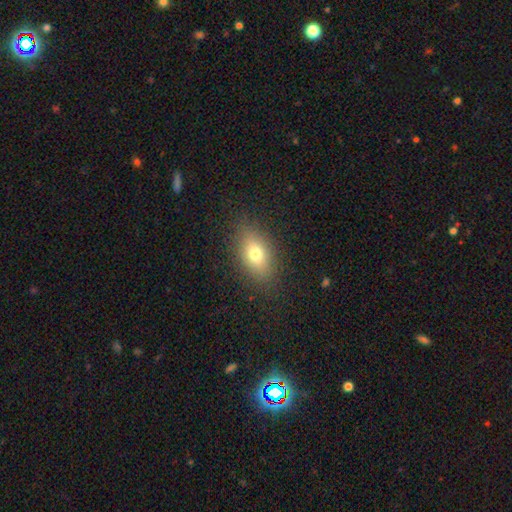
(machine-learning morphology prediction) This appears to be a smooth galaxy with no disk features (71%) that is in between round and cigar-shaped (82%). Merging: none (88%).